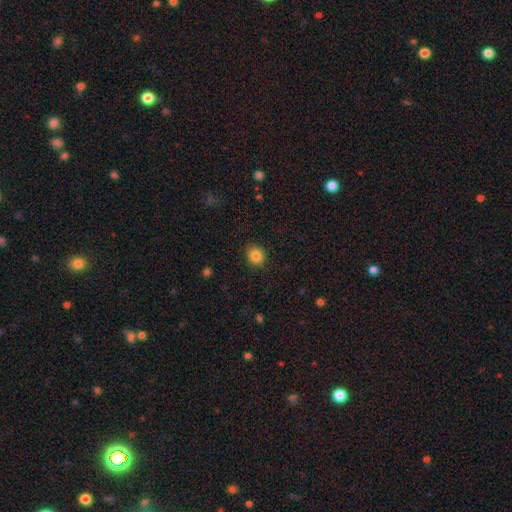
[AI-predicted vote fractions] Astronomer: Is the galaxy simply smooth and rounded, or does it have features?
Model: smooth — 85%.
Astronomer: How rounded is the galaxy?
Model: round — 73%.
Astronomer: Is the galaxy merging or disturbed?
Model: none — 88%.